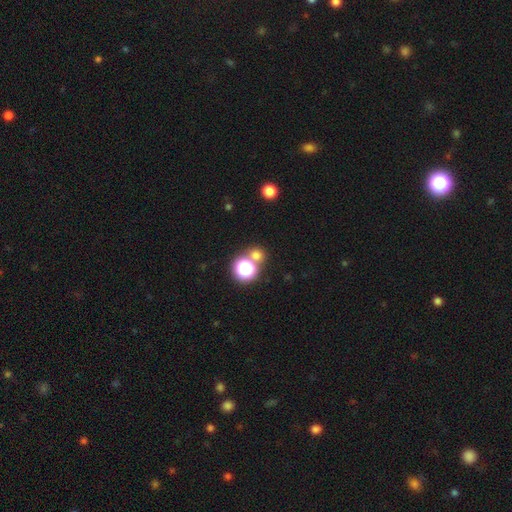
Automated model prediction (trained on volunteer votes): Q: Smooth or featured?
A: smooth (66%); runner-up: star or artifact (27%)
Q: How rounded?
A: round (84%); runner-up: in between (15%)
Q: Merging?
A: none (66%); runner-up: merger (24%)